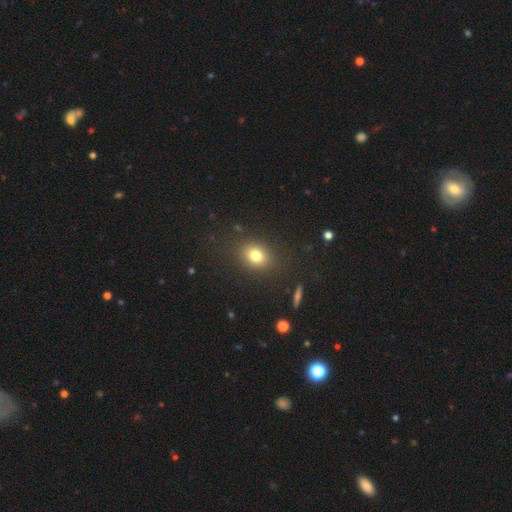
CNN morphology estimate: The model was most divided on "how rounded": round: 54%, in between: 44%, cigar-shaped: 1%. More confident: merging — none (85%); smooth or featured — smooth (78%).